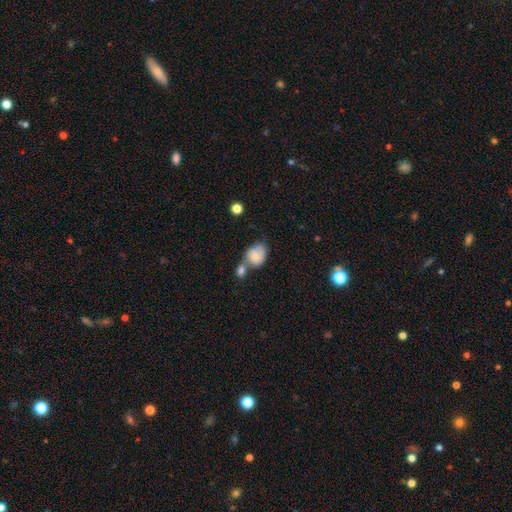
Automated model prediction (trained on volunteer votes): Smooth or featured: smooth — 78% (featured or disk — 14%)
How rounded: in between — 55% (round — 44%)
Merging: merger — 48% (none — 31%)